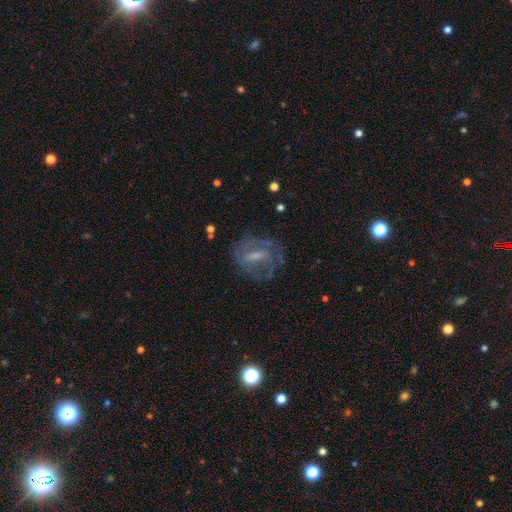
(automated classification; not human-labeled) smooth_or_featured: featured or disk (p=0.69) [alt: smooth p=0.21]
disk_edge_on: no (p=0.94) [alt: yes p=0.06]
bar: weak (p=0.47) [alt: strong p=0.32]
has_spiral_arms: yes (p=0.74) [alt: no p=0.26]
bulge_size: small (p=0.35) [alt: moderate p=0.32]
merging: none (p=0.64) [alt: minor disturbance p=0.19]